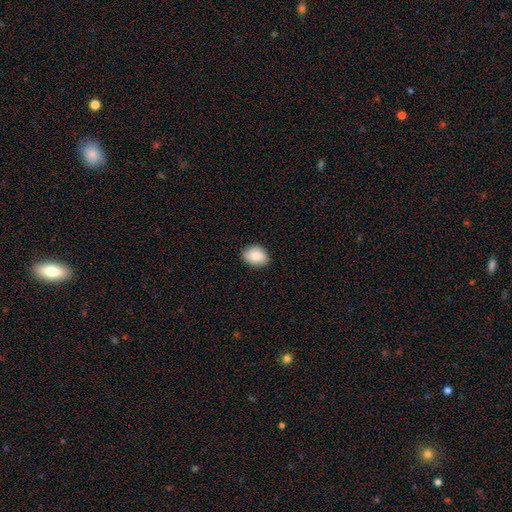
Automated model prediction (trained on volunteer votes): This appears to be a smooth galaxy with no disk features (85%) that is in between round and cigar-shaped (65%). Merging: none (86%).